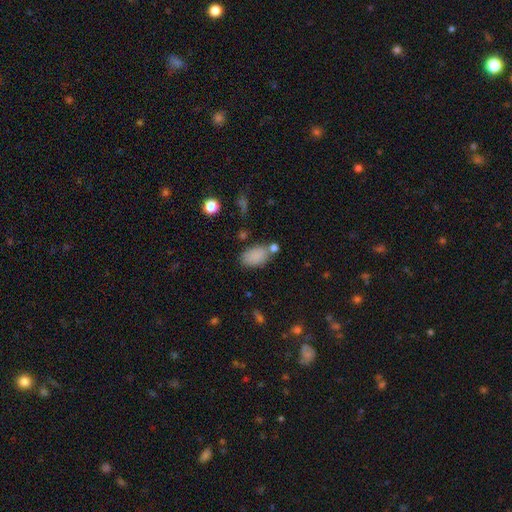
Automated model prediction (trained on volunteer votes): Smooth or featured: smooth — 85% (star or artifact — 9%)
How rounded: in between — 91% (round — 7%)
Merging: none — 65% (minor disturbance — 18%)